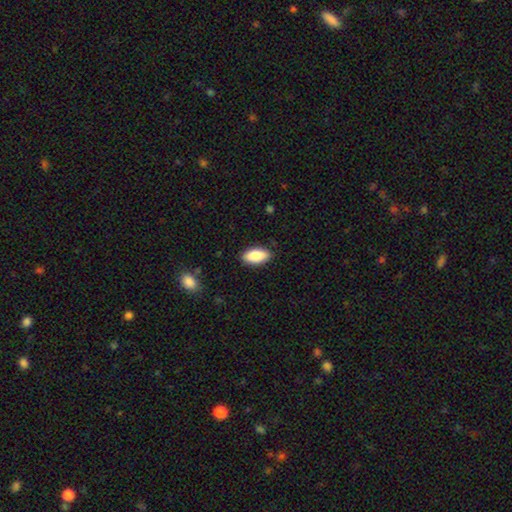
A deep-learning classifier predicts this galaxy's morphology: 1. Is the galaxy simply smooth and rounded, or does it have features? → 86% smooth, 8% featured or disk, 6% star or artifact.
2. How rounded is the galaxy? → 90% in between, 7% cigar-shaped, 2% round.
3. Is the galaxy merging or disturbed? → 88% none, 9% minor disturbance, 2% major disturbance, 1% merger.